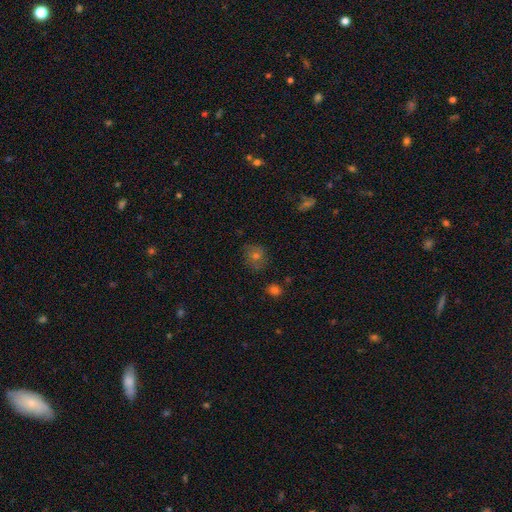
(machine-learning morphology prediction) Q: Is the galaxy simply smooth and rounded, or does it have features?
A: smooth — 51%.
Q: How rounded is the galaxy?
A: round — 75%.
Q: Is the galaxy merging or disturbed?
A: none — 78%.